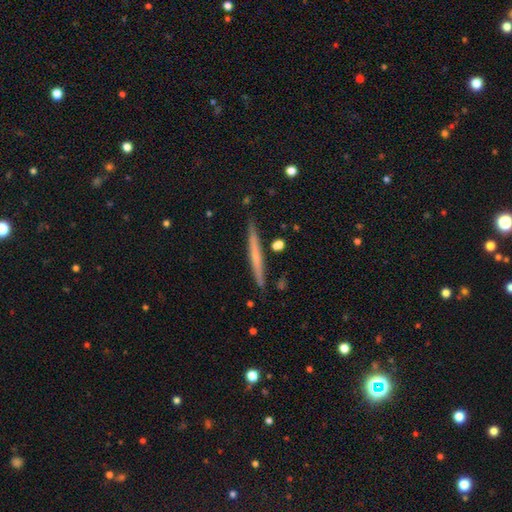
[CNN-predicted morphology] Q: Smooth or featured?
A: featured or disk (49%); runner-up: smooth (46%)
Q: Merging?
A: none (88%); runner-up: minor disturbance (8%)